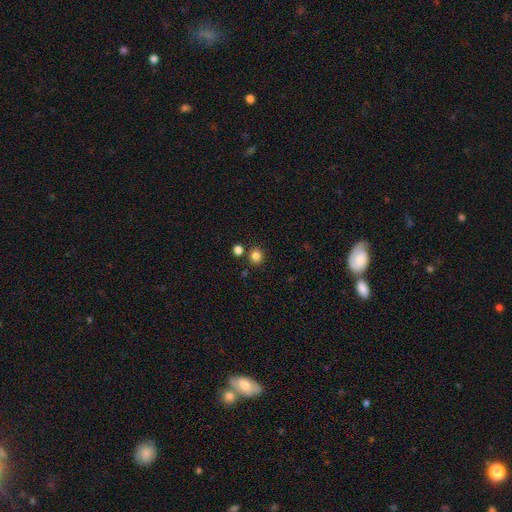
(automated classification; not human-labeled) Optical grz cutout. It shows a smooth galaxy with no disk features (84%) that is round (85%). Merging: none (81%).